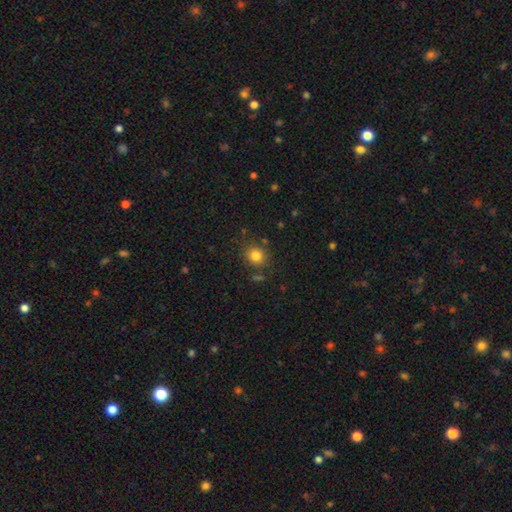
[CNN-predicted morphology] type=smooth (82%); roundness=round (82%); merging=none (82%).